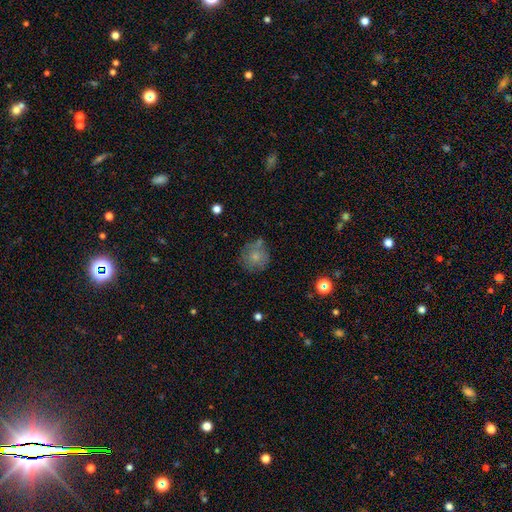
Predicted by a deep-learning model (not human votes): smooth 71%, featured or disk 19%, star or artifact 10%. Down the decision tree: how rounded — round (91%); merging — none (69%).